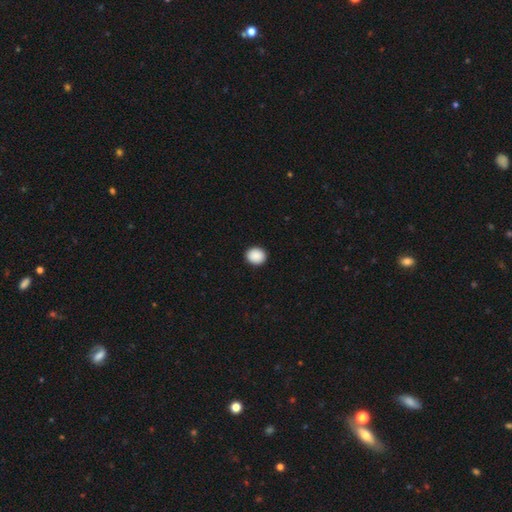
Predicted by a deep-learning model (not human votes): A smooth galaxy with no disk features (90%) that is round (74%).

Vote fractions:
- Smooth or featured? smooth: 90% / star or artifact: 8% / featured or disk: 2%
- How rounded? round: 74% / in between: 26% / cigar-shaped: 1%
- Merging? none: 92% / minor disturbance: 5% / major disturbance: 2% / merger: 1%